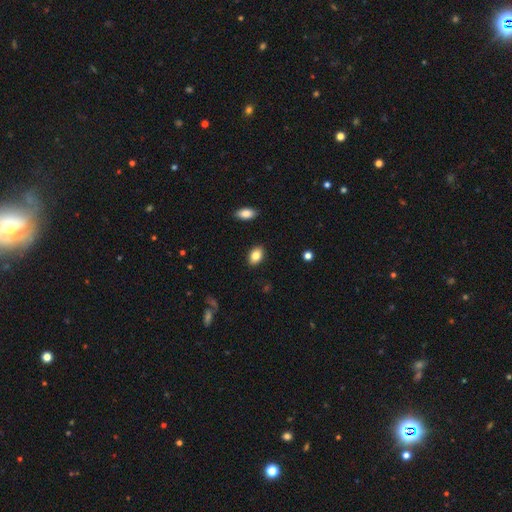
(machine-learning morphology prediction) The model was most divided on "how rounded": in between: 86%, round: 13%, cigar-shaped: 1%. More confident: merging — none (89%); smooth or featured — smooth (84%).